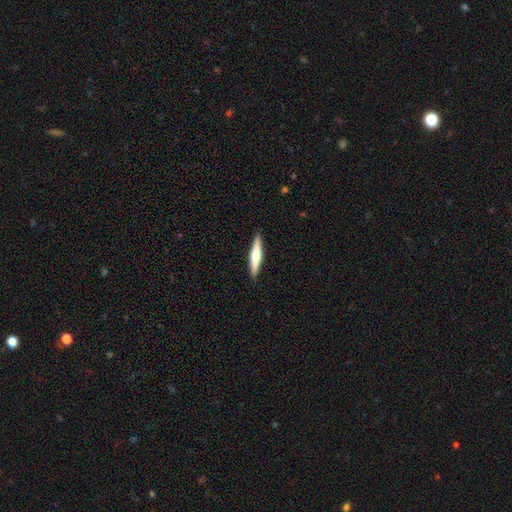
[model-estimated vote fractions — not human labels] featured or disk 59%, smooth 36%, star or artifact 5%. Down the decision tree: edge-on disk — yes (96%); edge-on bulge — rounded (92%); merging — none (91%).